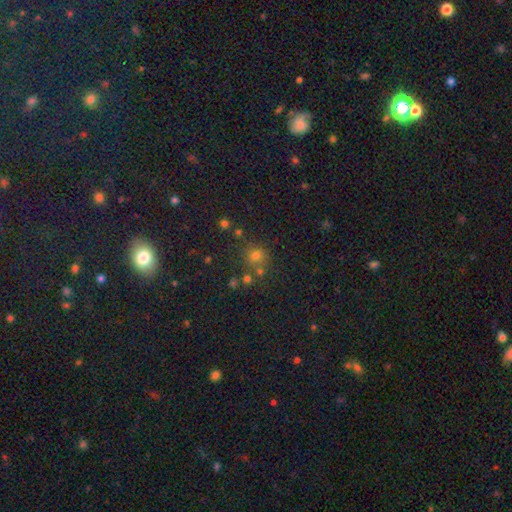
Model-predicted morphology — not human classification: Smooth or featured? Predicted: smooth (p=0.66). How rounded? Predicted: round (p=0.89). Merging? Predicted: none (p=0.71).